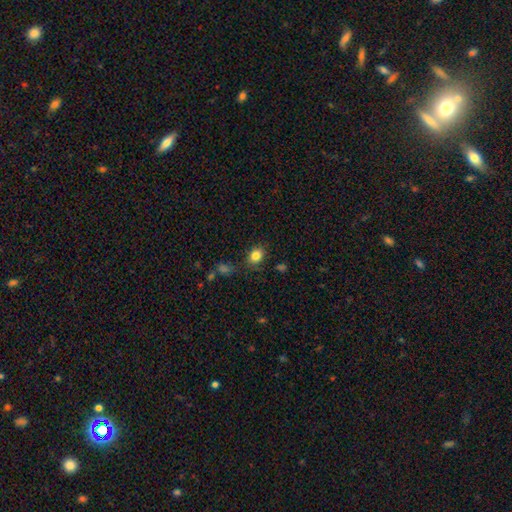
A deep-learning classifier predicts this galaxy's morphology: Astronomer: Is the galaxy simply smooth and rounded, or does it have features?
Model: smooth — 84%.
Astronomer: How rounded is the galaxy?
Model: in between — 53% (runner-up: round, 46%).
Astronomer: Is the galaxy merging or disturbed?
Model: none — 79%.